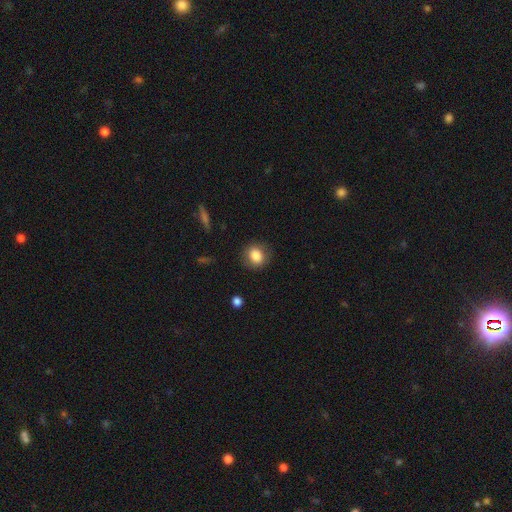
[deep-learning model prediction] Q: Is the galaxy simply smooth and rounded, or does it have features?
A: smooth — 84%.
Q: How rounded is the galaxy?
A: round — 72%.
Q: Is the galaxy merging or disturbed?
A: none — 84%.